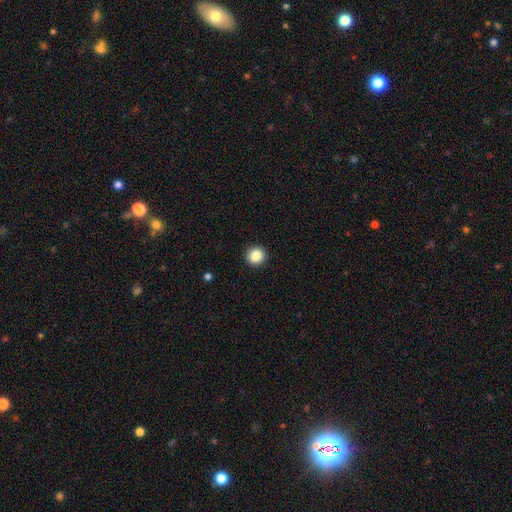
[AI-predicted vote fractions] The model was most divided on "smooth or featured": smooth: 86%, star or artifact: 10%, featured or disk: 4%. More confident: how rounded — round (94%); merging — none (93%).